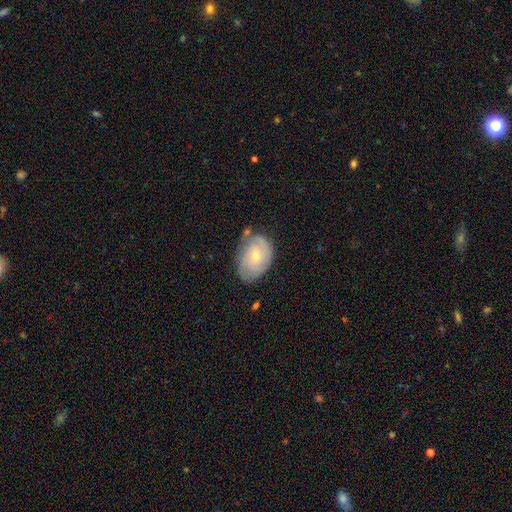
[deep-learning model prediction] The model was most divided on "bulge size": small: 51%, moderate: 46%, large: 1%, none: 1%, dominant: 1%. More confident: edge-on disk — no (95%); bar — no (73%); spiral arms — yes (70%); merging — none (63%); smooth or featured — featured or disk (56%).